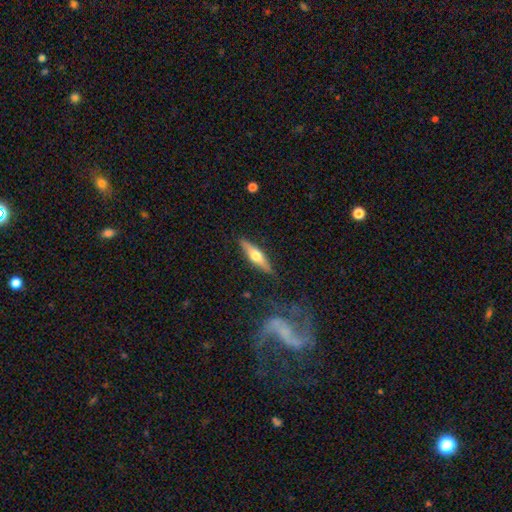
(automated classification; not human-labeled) Smooth or featured? Predicted: featured or disk (p=0.53). Edge-on disk? Predicted: yes (p=0.92). Merging? Predicted: none (p=0.87).